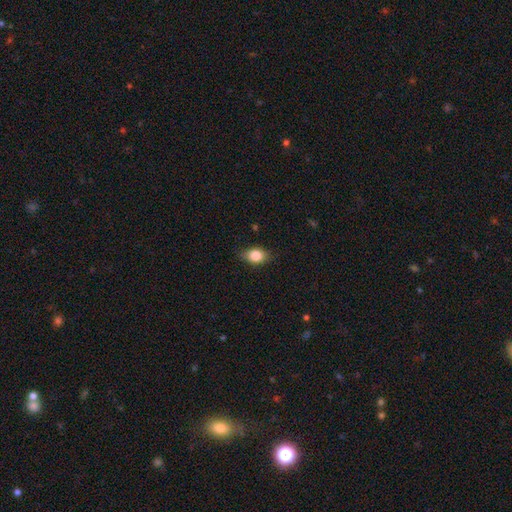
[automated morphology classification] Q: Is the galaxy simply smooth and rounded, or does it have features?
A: smooth — 84%.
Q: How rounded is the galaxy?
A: in between — 74%.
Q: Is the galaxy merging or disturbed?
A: none — 79%.